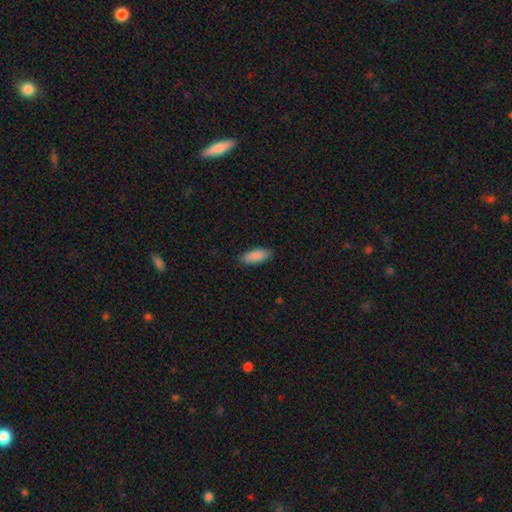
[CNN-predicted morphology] Q: Smooth or featured?
A: smooth (90%); runner-up: star or artifact (6%)
Q: How rounded?
A: in between (81%); runner-up: cigar-shaped (17%)
Q: Merging?
A: none (87%); runner-up: minor disturbance (10%)